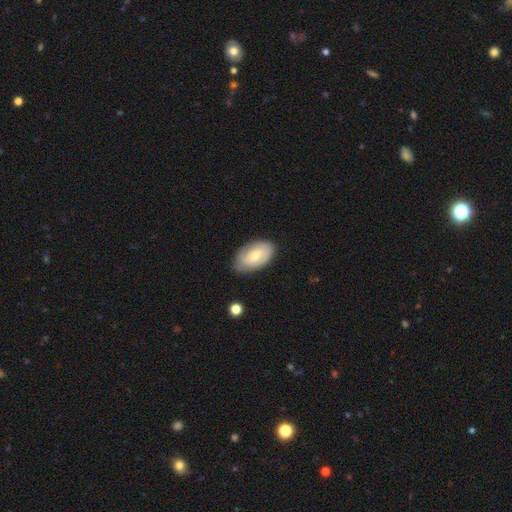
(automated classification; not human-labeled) smooth-or-featured: smooth: 59% | featured or disk: 35% | star or artifact: 6%
  how-rounded: in between: 93% | round: 5% | cigar-shaped: 2%
  merging: none: 77% | minor disturbance: 18% | major disturbance: 4% | merger: 1%